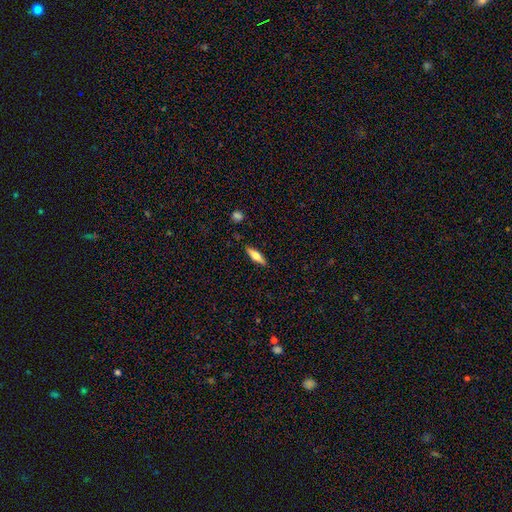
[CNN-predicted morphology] Smooth or featured: smooth — 58% (featured or disk — 35%)
How rounded: cigar-shaped — 60% (in between — 38%)
Merging: none — 87% (minor disturbance — 9%)